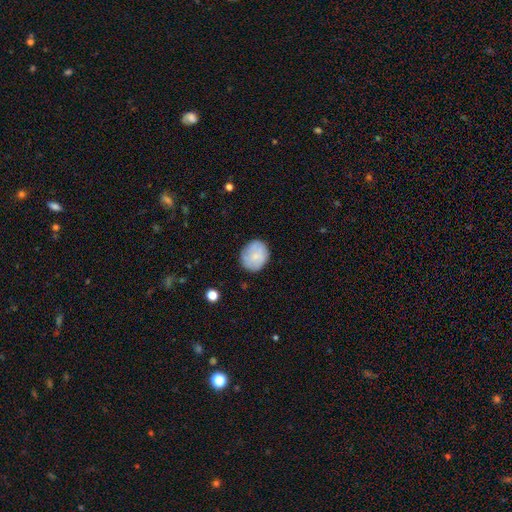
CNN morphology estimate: Q: Smooth or featured?
A: smooth (72%); runner-up: featured or disk (21%)
Q: How rounded?
A: round (75%); runner-up: in between (24%)
Q: Merging?
A: none (78%); runner-up: minor disturbance (16%)